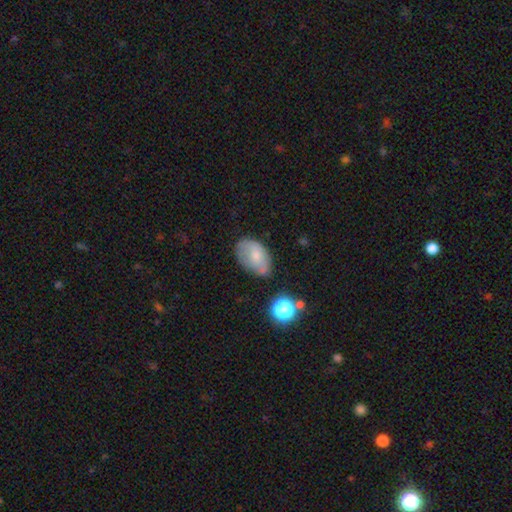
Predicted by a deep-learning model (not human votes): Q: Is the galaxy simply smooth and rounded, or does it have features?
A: smooth — 67%.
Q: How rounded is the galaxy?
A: in between — 88%.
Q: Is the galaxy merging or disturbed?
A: none — 53%.